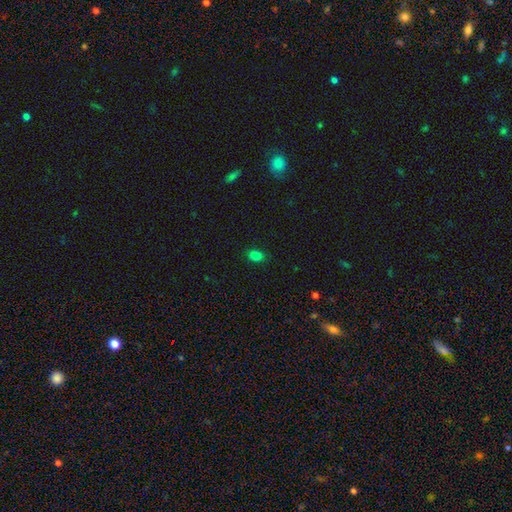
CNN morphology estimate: Smooth or featured: smooth — 82% (star or artifact — 14%)
How rounded: in between — 71% (round — 28%)
Merging: none — 87% (minor disturbance — 9%)